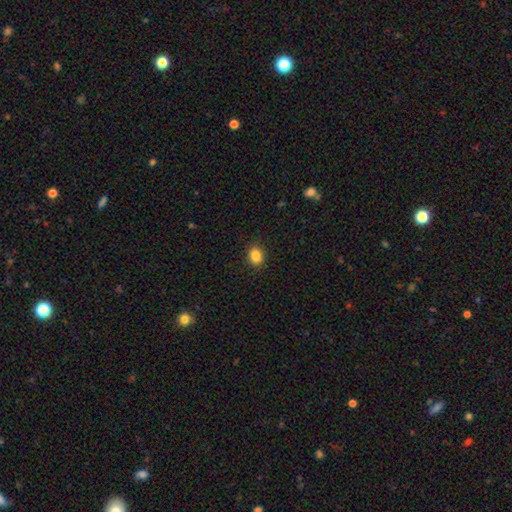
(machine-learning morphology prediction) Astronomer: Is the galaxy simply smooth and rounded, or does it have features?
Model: smooth — 87%.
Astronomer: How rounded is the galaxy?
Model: in between — 55% (runner-up: round, 44%).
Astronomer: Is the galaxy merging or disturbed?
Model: none — 90%.